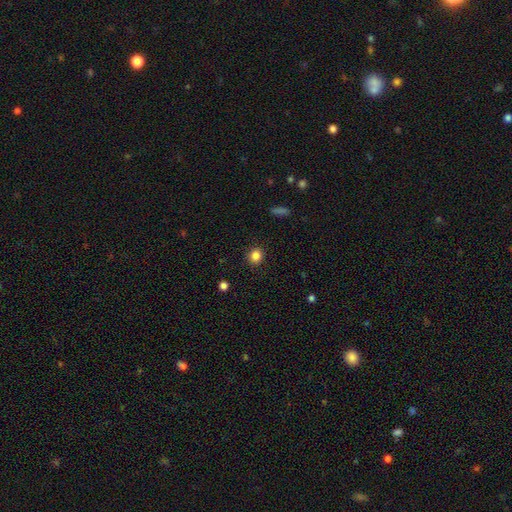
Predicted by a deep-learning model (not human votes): Q: Smooth or featured?
A: smooth (85%); runner-up: star or artifact (11%)
Q: How rounded?
A: round (85%); runner-up: in between (14%)
Q: Merging?
A: none (91%); runner-up: minor disturbance (6%)